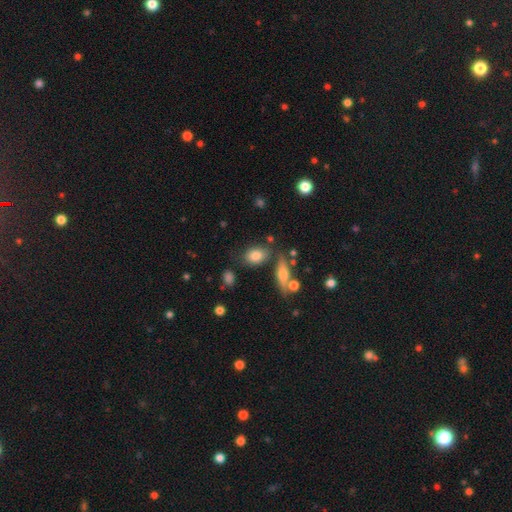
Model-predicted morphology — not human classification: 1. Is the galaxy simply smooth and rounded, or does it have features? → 81% smooth, 11% featured or disk, 9% star or artifact.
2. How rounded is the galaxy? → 77% in between, 19% round, 4% cigar-shaped.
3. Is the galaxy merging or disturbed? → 71% none, 15% minor disturbance, 10% merger, 5% major disturbance.